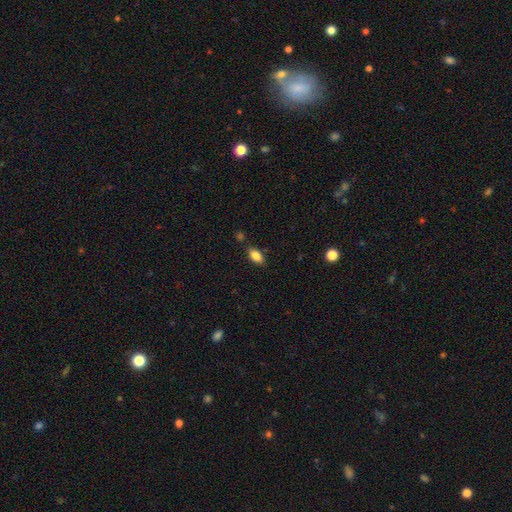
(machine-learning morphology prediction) Overall: smooth (85%). How rounded: in between (89%). Merging: none (79%).